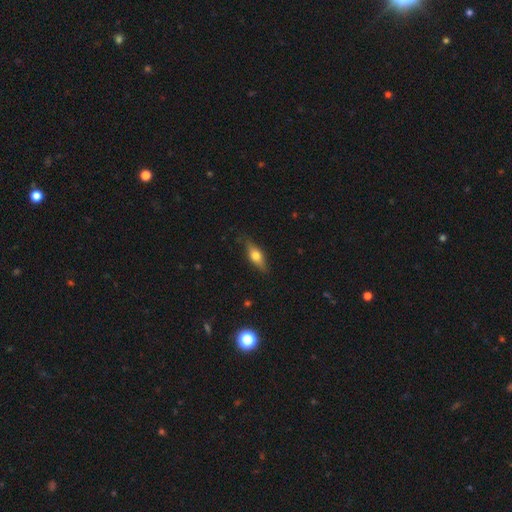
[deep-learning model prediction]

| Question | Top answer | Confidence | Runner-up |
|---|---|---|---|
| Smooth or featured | smooth | 52% | featured or disk (41%) |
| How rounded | in between | 57% | cigar-shaped (39%) |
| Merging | none | 81% | minor disturbance (14%) |